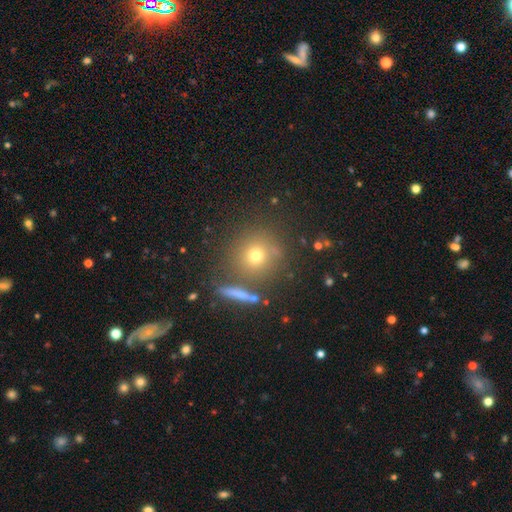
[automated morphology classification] Smooth or featured?
  - smooth: 69% *
  - star or artifact: 17%
  - featured or disk: 14%
How rounded?
  - round: 91% *
  - in between: 7%
  - cigar-shaped: 2%
Merging?
  - none: 78% *
  - minor disturbance: 9%
  - merger: 8%
  - major disturbance: 5%